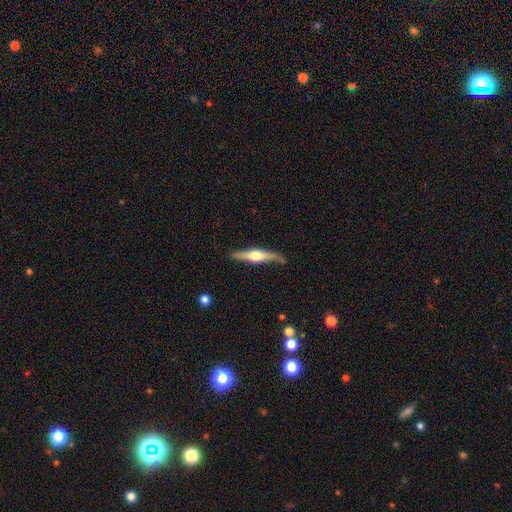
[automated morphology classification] The model was most divided on "smooth or featured": featured or disk: 73%, smooth: 22%, star or artifact: 5%. More confident: edge-on disk — yes (97%); edge-on bulge — rounded (94%); merging — none (83%).